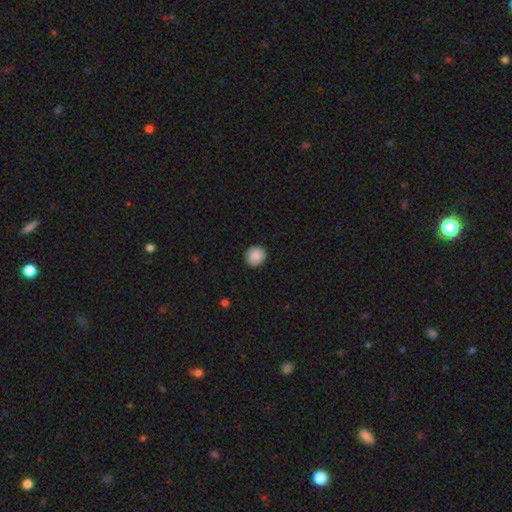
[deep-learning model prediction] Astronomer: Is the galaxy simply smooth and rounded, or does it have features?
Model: smooth — 89%.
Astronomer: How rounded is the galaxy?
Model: round — 91%.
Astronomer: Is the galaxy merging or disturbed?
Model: none — 91%.